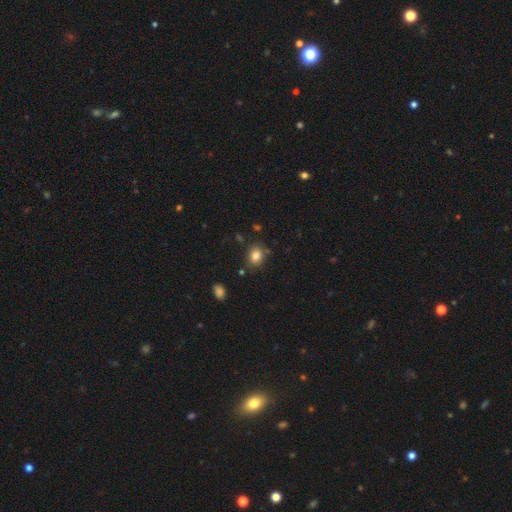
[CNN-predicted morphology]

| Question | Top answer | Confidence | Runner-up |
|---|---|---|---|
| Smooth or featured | smooth | 82% | star or artifact (11%) |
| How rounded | in between | 51% | round (48%) |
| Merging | none | 78% | minor disturbance (14%) |